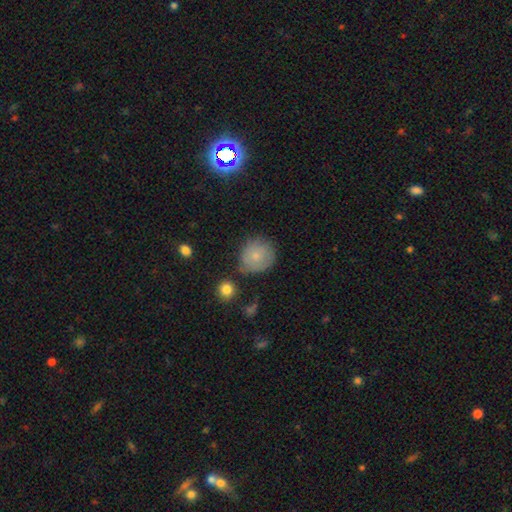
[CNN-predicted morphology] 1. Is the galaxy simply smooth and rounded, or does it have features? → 76% smooth, 15% featured or disk, 8% star or artifact.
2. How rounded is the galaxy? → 86% round, 13% in between, 1% cigar-shaped.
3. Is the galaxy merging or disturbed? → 68% none, 21% minor disturbance, 6% major disturbance, 5% merger.